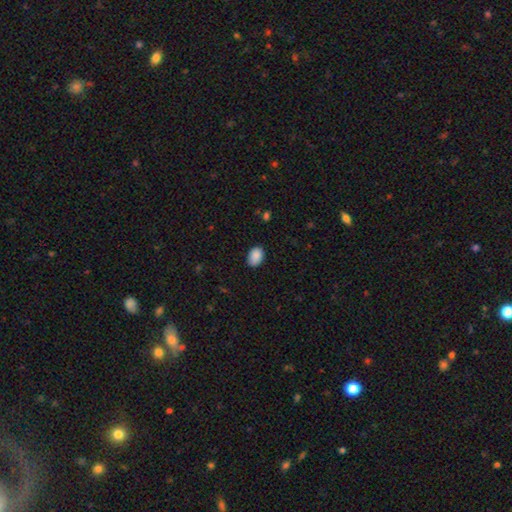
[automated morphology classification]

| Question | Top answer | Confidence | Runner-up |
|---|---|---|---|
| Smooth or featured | smooth | 89% | star or artifact (7%) |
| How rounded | in between | 83% | round (16%) |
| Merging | none | 81% | minor disturbance (15%) |